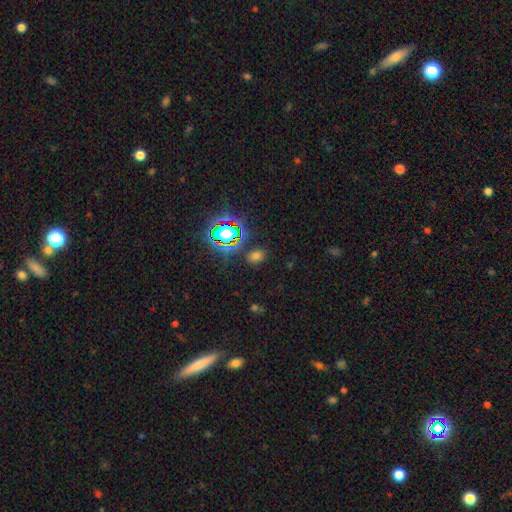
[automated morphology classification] Smooth or featured: smooth — 59% (star or artifact — 34%)
How rounded: in between — 72% (round — 26%)
Merging: none — 81% (minor disturbance — 11%)